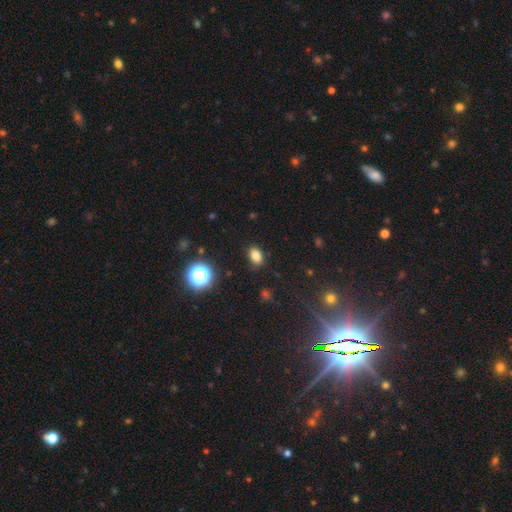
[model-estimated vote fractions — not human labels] This appears to be a smooth galaxy with no disk features (81%) that is in between round and cigar-shaped (82%). Merging: none (85%).